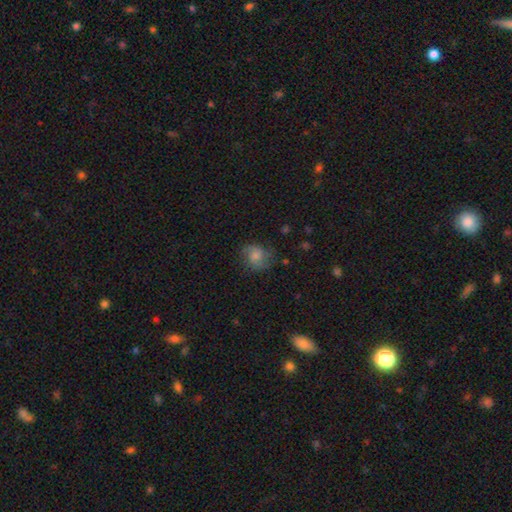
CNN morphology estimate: Smooth or featured?
  - smooth: 46% *
  - featured or disk: 42%
  - star or artifact: 12%
Merging?
  - none: 71% *
  - minor disturbance: 20%
  - major disturbance: 8%
  - merger: 1%